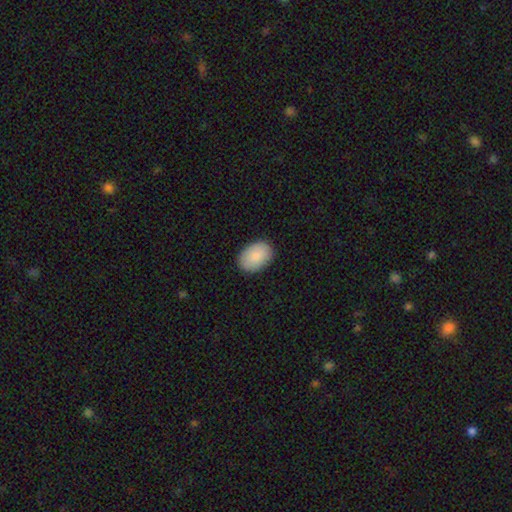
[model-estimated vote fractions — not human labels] A smooth galaxy with no disk features (89%) that is in between round and cigar-shaped (87%). Merging: none (88%).